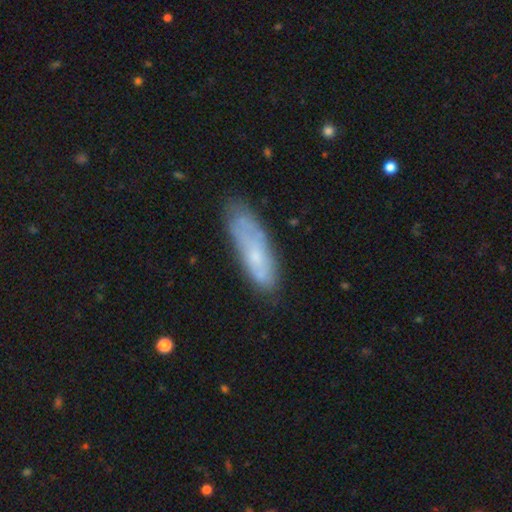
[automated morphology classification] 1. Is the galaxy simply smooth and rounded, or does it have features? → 54% smooth, 38% featured or disk, 8% star or artifact.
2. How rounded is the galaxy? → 55% cigar-shaped, 43% in between, 2% round.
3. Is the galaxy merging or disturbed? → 64% none, 24% minor disturbance, 8% major disturbance, 4% merger.